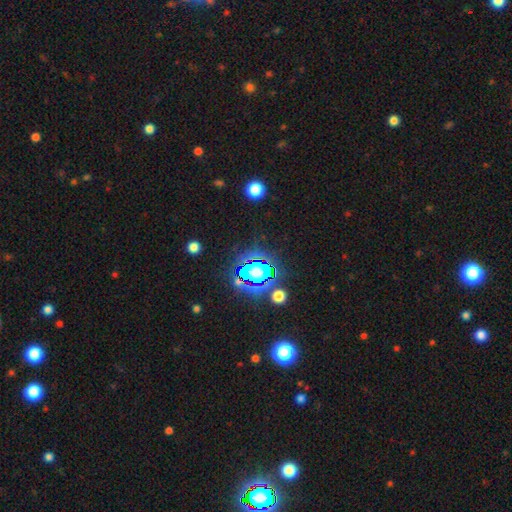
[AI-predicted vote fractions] A star or artifact, not a galaxy (82%).